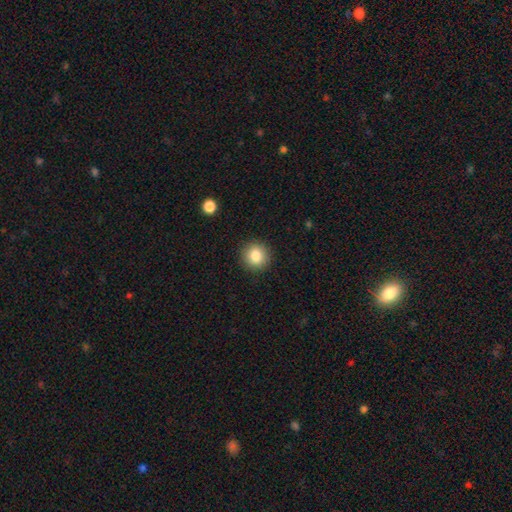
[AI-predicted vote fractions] Overall: smooth (84%). How rounded: round (92%). Merging: none (91%).